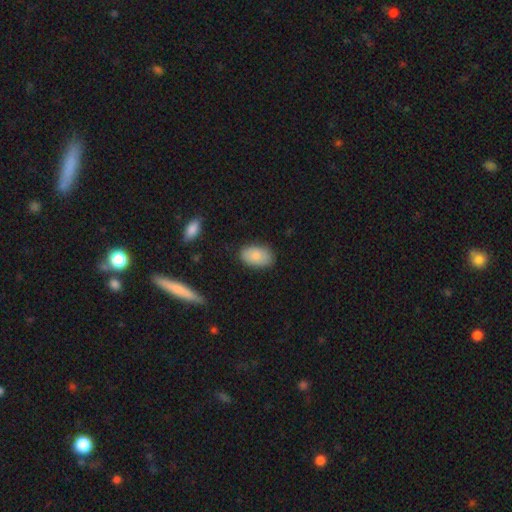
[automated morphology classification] A smooth galaxy with no disk features (79%) that is in between round and cigar-shaped (91%). Merging: none (81%).